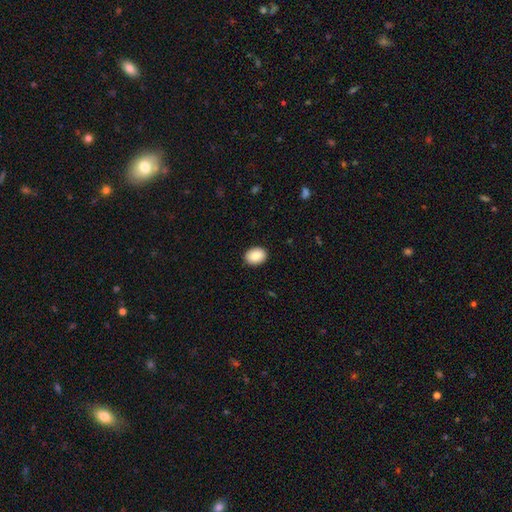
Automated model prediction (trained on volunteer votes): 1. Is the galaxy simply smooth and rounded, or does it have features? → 87% smooth, 7% star or artifact, 6% featured or disk.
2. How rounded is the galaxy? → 66% in between, 33% round, 1% cigar-shaped.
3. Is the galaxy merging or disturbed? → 90% none, 7% minor disturbance, 2% major disturbance, 1% merger.